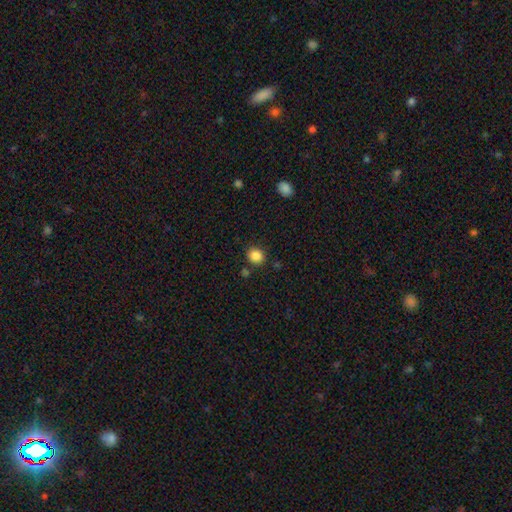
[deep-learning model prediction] This appears to be a smooth galaxy with no disk features (86%) that is round (79%). Merging: none (83%).